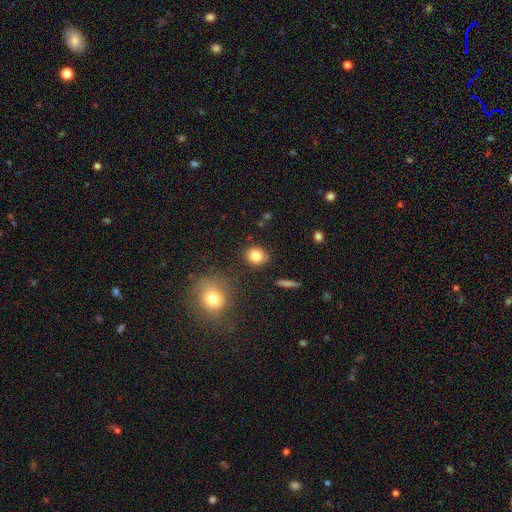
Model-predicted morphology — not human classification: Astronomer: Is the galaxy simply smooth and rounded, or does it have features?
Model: smooth — 83%.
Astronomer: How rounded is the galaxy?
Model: round — 74%.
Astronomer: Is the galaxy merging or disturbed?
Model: none — 84%.